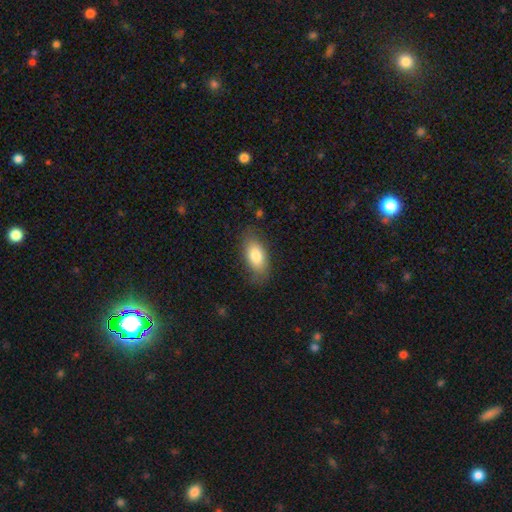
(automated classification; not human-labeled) Smooth or featured? smooth (79%)
How rounded? in between (91%)
Merging? none (75%)